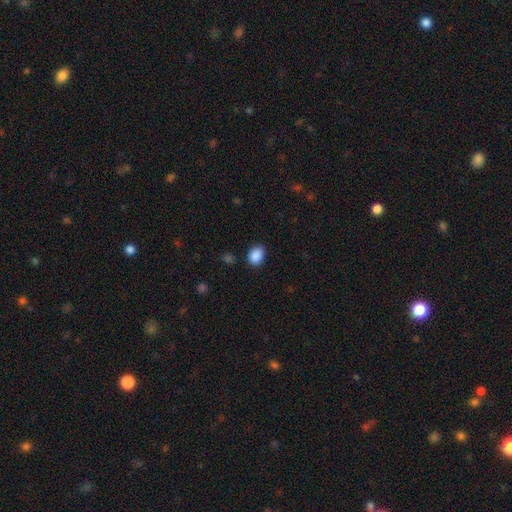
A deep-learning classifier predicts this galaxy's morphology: A smooth galaxy with no disk features (88%) that is in between round and cigar-shaped (68%). Merging: none (82%).